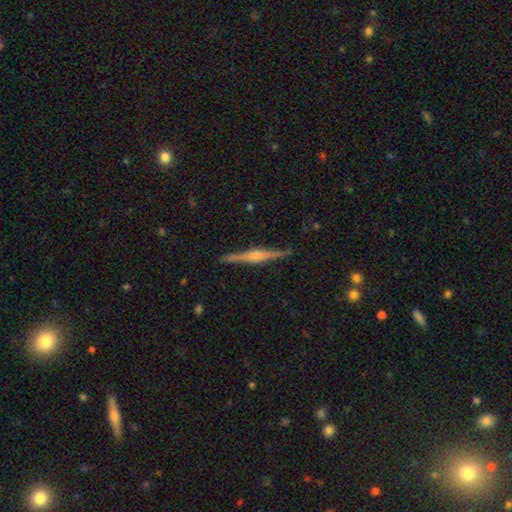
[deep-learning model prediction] A featured or disk galaxy (81%) viewed edge-on (98%) with a rounded central bulge (71%). Merging: none (90%).